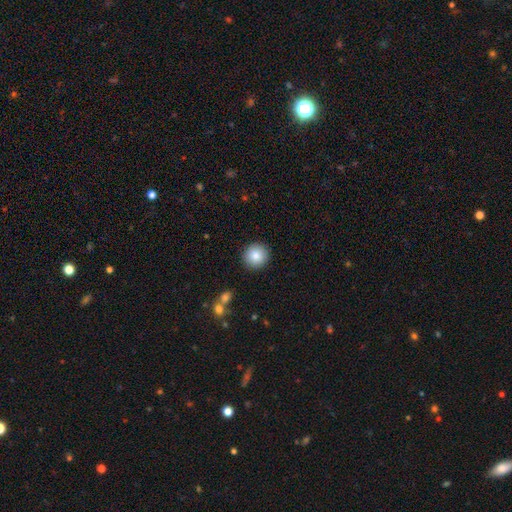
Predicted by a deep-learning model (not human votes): The model was most divided on "smooth or featured": smooth: 85%, star or artifact: 8%, featured or disk: 7%. More confident: how rounded — round (94%); merging — none (91%).